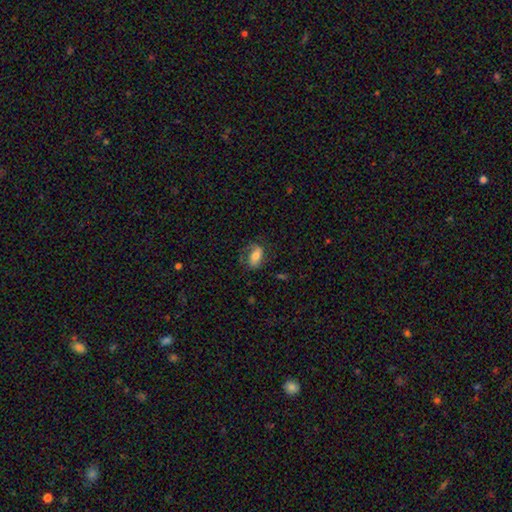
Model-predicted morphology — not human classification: This is possibly a smooth galaxy (57%). How rounded: clearly in between (87%). Merging: possibly none (60%).